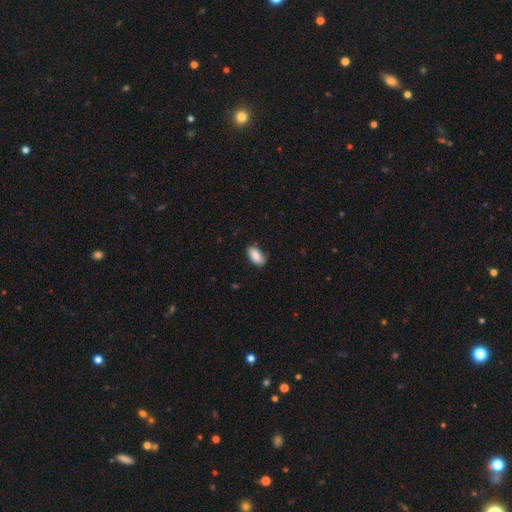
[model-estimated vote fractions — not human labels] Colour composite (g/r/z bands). It shows a smooth galaxy with no disk features (84%) that is in between round and cigar-shaped (92%). Merging: none (76%).